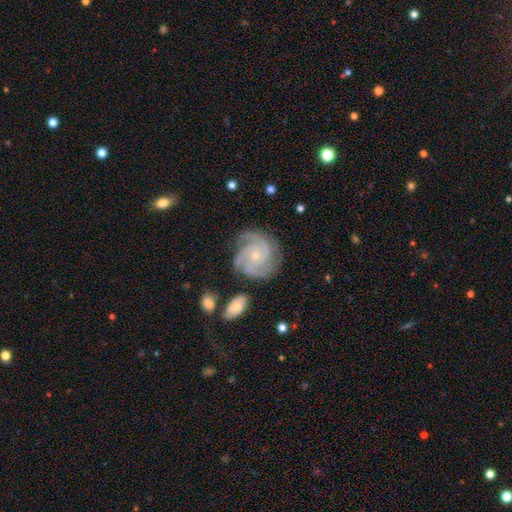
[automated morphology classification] Smooth or featured? featured or disk (90%)
Edge-on disk? no (98%)
Bar? no (73%)
Spiral arms? yes (98%)
Spiral winding? tight (62%)
Spiral arm count? 3 (52%)
Bulge size? small (74%)
Merging? none (74%)